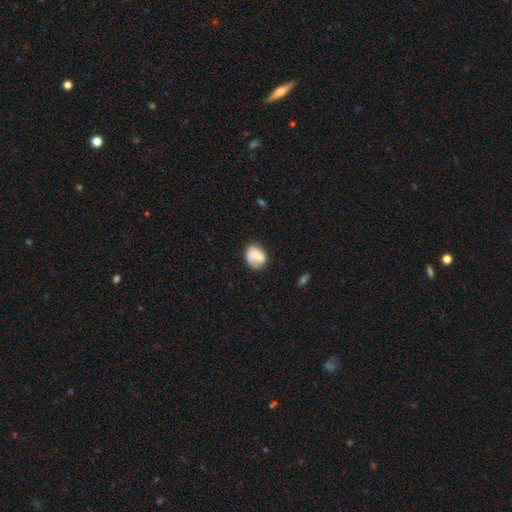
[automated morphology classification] Smooth or featured?
  - smooth: 58% *
  - featured or disk: 34%
  - star or artifact: 8%
How rounded?
  - round: 53% *
  - in between: 46%
  - cigar-shaped: 1%
Merging?
  - none: 64% *
  - minor disturbance: 24%
  - major disturbance: 10%
  - merger: 3%